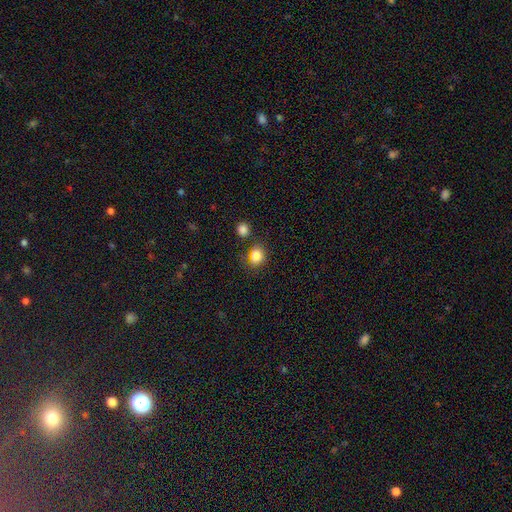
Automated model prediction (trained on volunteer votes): This is clearly a smooth galaxy (84%). How rounded: possibly round (56%). Merging: likely none (67%).